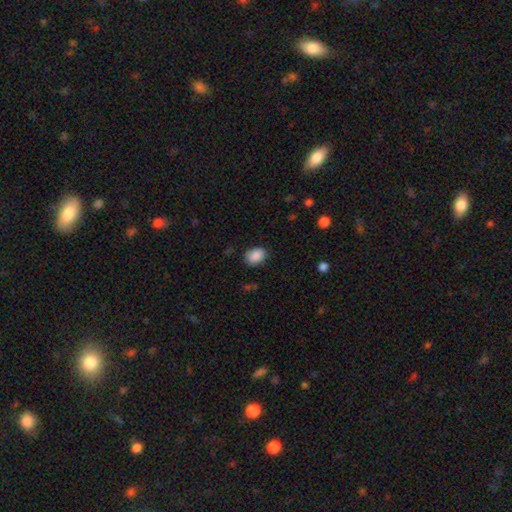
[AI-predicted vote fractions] smooth_or_featured: smooth (p=0.89) [alt: star or artifact p=0.08]
how_rounded: in between (p=0.67) [alt: round p=0.32]
merging: none (p=0.80) [alt: minor disturbance p=0.16]